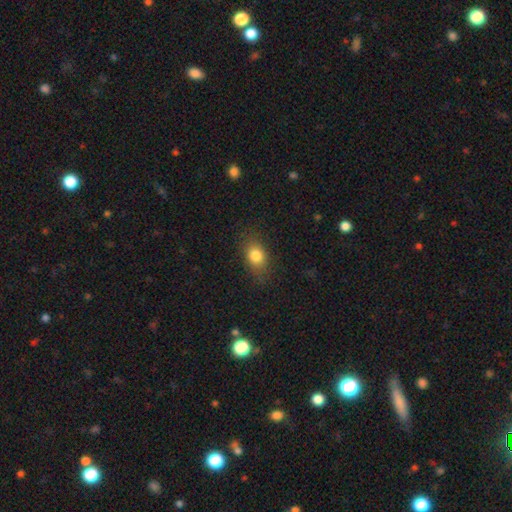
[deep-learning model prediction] The model was most divided on "how rounded": in between: 66%, round: 32%, cigar-shaped: 2%. More confident: smooth or featured — smooth (82%); merging — none (82%).